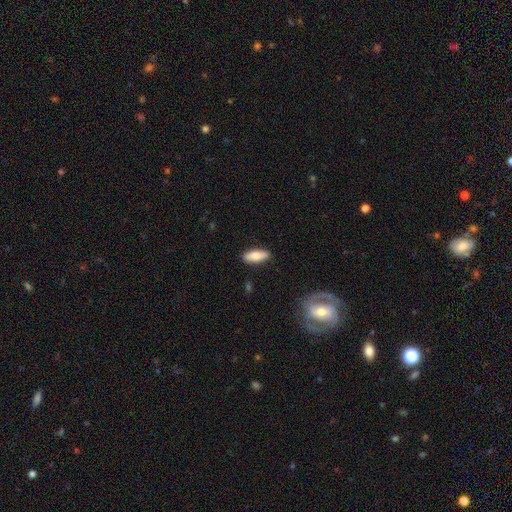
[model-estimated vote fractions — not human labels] smooth-or-featured: smooth: 75% | featured or disk: 19% | star or artifact: 6%
  how-rounded: in between: 70% | cigar-shaped: 28% | round: 2%
  merging: none: 88% | minor disturbance: 9% | major disturbance: 2% | merger: 1%